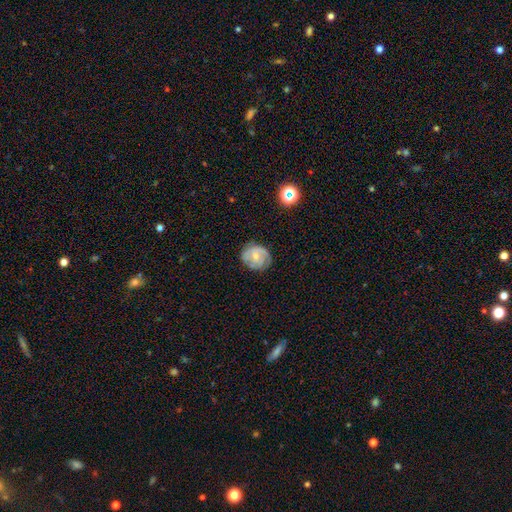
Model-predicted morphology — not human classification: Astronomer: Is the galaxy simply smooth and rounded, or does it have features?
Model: featured or disk — 60%.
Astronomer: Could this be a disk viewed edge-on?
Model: no — 98%.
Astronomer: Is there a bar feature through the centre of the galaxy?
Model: no — 64%.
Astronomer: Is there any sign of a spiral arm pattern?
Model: yes — 83%.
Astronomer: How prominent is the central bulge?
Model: small — 60%.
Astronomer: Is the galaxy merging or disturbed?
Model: none — 69%.